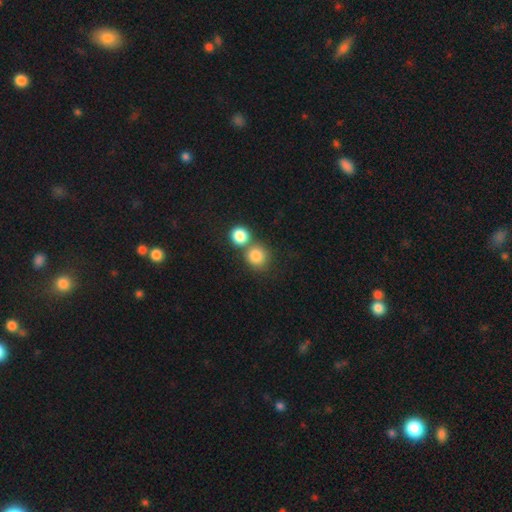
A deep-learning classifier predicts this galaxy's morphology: smooth_or_featured: smooth (p=0.83) [alt: star or artifact p=0.10]
how_rounded: round (p=0.88) [alt: in between p=0.11]
merging: none (p=0.49) [alt: merger p=0.40]